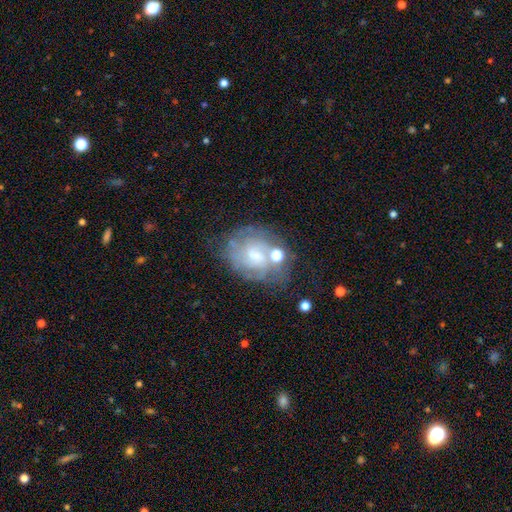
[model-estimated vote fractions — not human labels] The model was most divided on "bulge size": small: 44%, moderate: 36%, none: 12%, large: 6%, dominant: 1%. More confident: edge-on disk — no (97%); spiral arms — yes (70%); smooth or featured — featured or disk (63%); bar — no (51%); merging — none (50%).